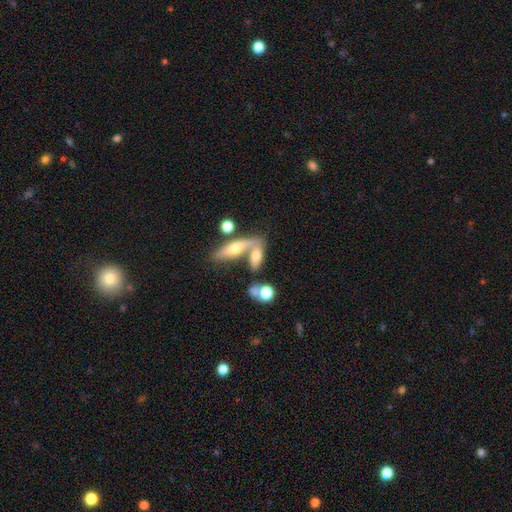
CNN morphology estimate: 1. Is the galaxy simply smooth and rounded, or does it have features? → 56% smooth, 36% featured or disk, 8% star or artifact.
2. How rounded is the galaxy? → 56% in between, 39% cigar-shaped, 5% round.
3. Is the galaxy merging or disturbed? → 48% merger, 36% none, 10% minor disturbance, 6% major disturbance.